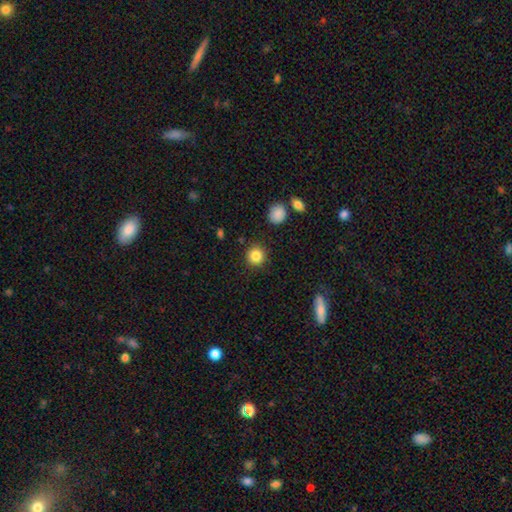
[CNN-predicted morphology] smooth-or-featured: smooth: 85% | star or artifact: 10% | featured or disk: 5%
  how-rounded: round: 93% | in between: 6% | cigar-shaped: 1%
  merging: none: 90% | minor disturbance: 6% | major disturbance: 2% | merger: 2%